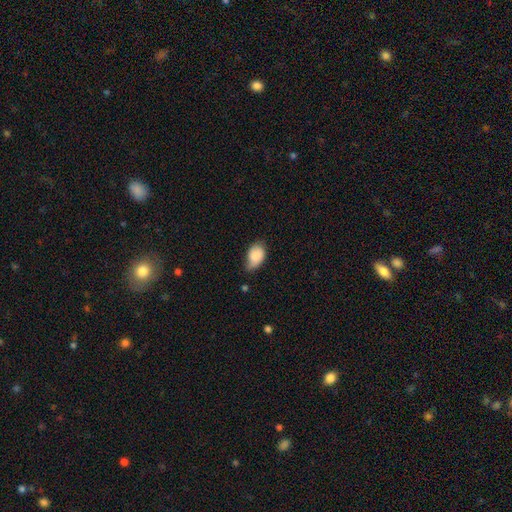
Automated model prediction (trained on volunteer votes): smooth 84%, featured or disk 9%, star or artifact 7%. Down the decision tree: how rounded — in between (87%); merging — minor disturbance (46%).